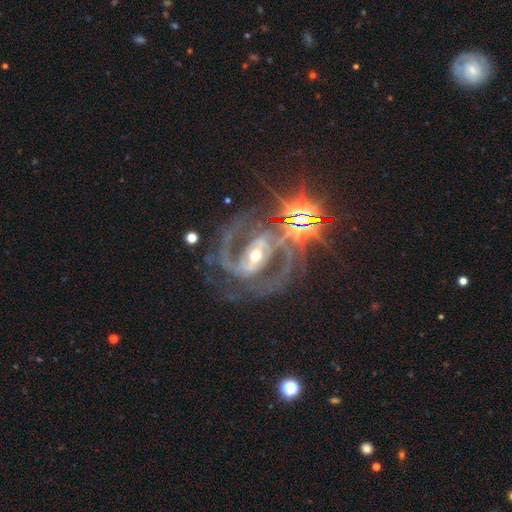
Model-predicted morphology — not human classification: Smooth or featured: featured or disk — 86% (star or artifact — 11%)
Edge-on disk: no — 97% (yes — 3%)
Bar: strong — 62% (weak — 26%)
Spiral arms: yes — 98% (no — 2%)
Spiral winding: medium — 63% (tight — 24%)
Spiral arm count: 2 — 83% (3 — 7%)
Bulge size: moderate — 59% (small — 36%)
Merging: none — 67% (minor disturbance — 15%)